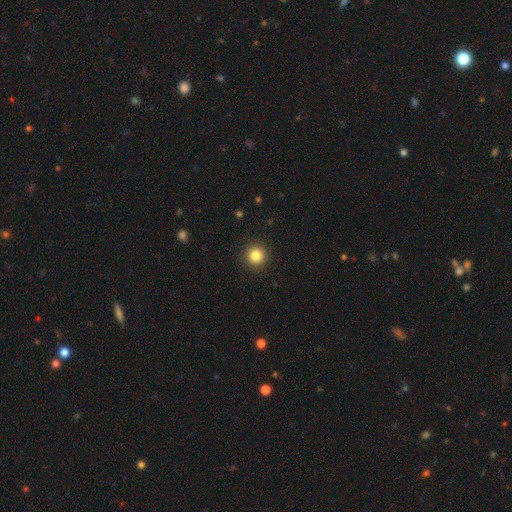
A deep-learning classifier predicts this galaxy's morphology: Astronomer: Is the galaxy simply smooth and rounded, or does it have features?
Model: smooth — 84%.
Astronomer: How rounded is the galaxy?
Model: round — 95%.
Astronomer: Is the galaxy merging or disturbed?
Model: none — 92%.